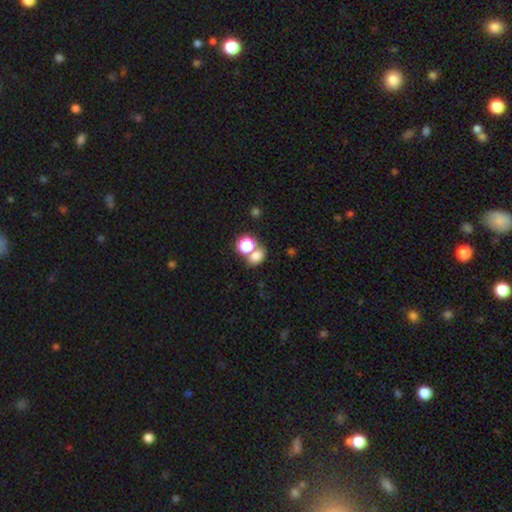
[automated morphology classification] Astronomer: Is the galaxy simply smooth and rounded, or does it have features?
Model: smooth — 72%.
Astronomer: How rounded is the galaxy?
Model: in between — 53% (runner-up: round, 45%).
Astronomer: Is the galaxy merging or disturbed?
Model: none — 53% (runner-up: merger, 33%).